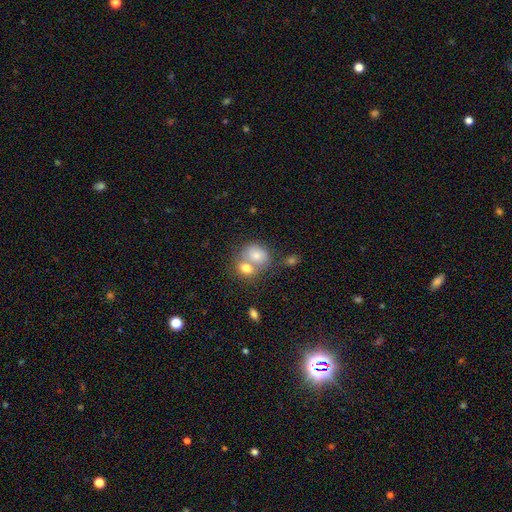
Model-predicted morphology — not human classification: Overall: smooth (70%). How rounded: round (57%; in between 42%). Merging: merger (52%; none 34%).